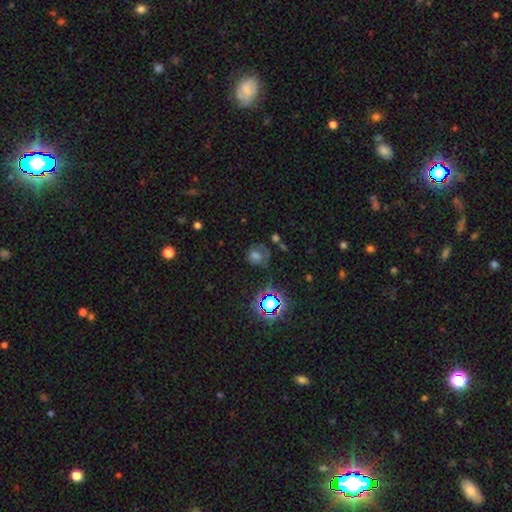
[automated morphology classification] Overall: smooth (57%; star or artifact 28%). How rounded: round (78%). Merging: none (51%; minor disturbance 24%).